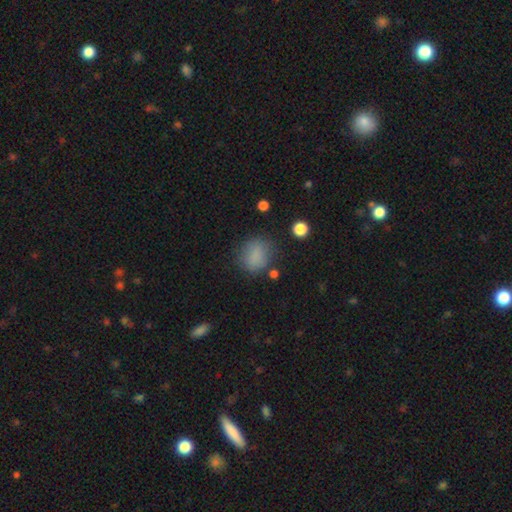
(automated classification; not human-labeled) Morphology: type=smooth (81%); roundness=round (66%); merging=none (71%).